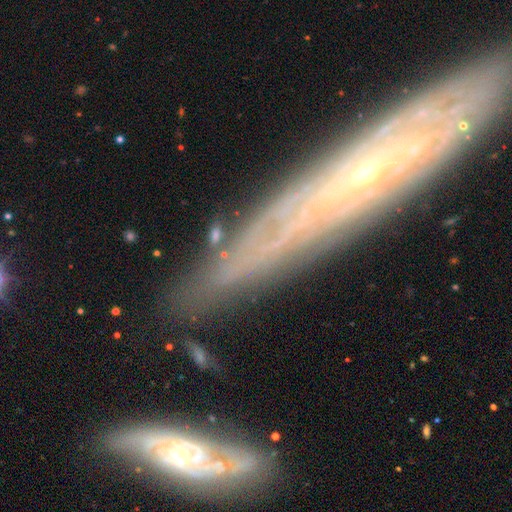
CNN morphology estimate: The model was most divided on "edge-on disk": yes: 58%, no: 42%. More confident: merging — none (75%); smooth or featured — featured or disk (73%).